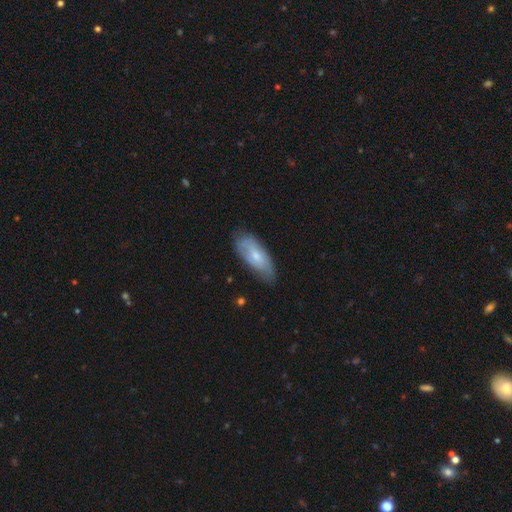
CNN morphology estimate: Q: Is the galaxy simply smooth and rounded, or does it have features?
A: smooth — 56%.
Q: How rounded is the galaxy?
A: in between — 78%.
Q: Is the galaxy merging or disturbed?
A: none — 66%.